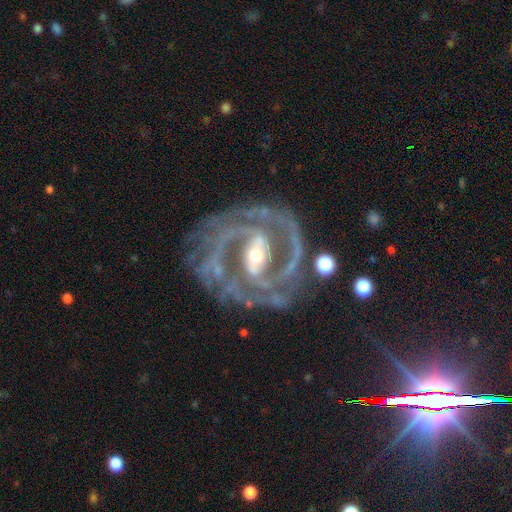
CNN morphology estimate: A featured or disk galaxy (93%) with a strong bar (55%), 2 (66%) medium (51%) spiral arms (98%) and a moderate central bulge (52%).

Vote fractions:
- Smooth or featured? featured or disk: 93% / star or artifact: 4% / smooth: 2%
- Edge-on disk? no: 98% / yes: 2%
- Bar? strong: 55% / weak: 32% / no: 13%
- Spiral arms? yes: 98% / no: 2%
- Spiral winding? medium: 51% / tight: 40% / loose: 10%
- Spiral arm count? 2: 66% / 3: 14% / can't tell: 7% / 4: 5% / more than 4: 4% / 1: 4%
- Bulge size? moderate: 52% / small: 42% / large: 4% / none: 1% / dominant: 1%
- Merging? none: 70% / minor disturbance: 16% / major disturbance: 11% / merger: 3%